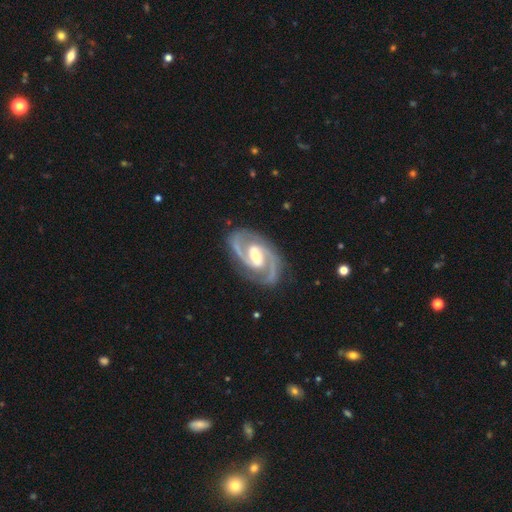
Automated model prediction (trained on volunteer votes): The model was most divided on "bar": weak: 47%, strong: 30%, no: 23%. More confident: spiral arms — yes (98%); edge-on disk — no (97%); smooth or featured — featured or disk (93%); spiral arm count — 2 (92%); merging — none (84%); bulge size — moderate (60%); spiral winding — medium (55%).